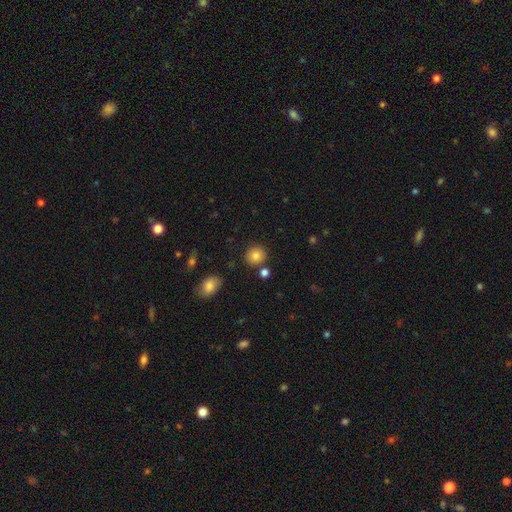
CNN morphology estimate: smooth_or_featured: smooth (p=0.83) [alt: star or artifact p=0.10]
how_rounded: round (p=0.86) [alt: in between p=0.13]
merging: none (p=0.82) [alt: minor disturbance p=0.08]